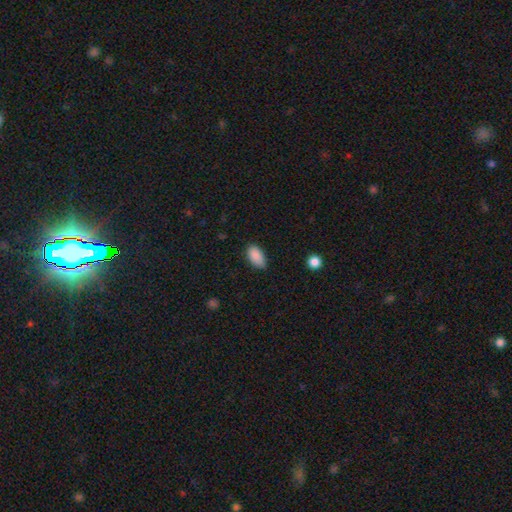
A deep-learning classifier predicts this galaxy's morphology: Overall: smooth (89%). How rounded: in between (93%). Merging: none (75%).